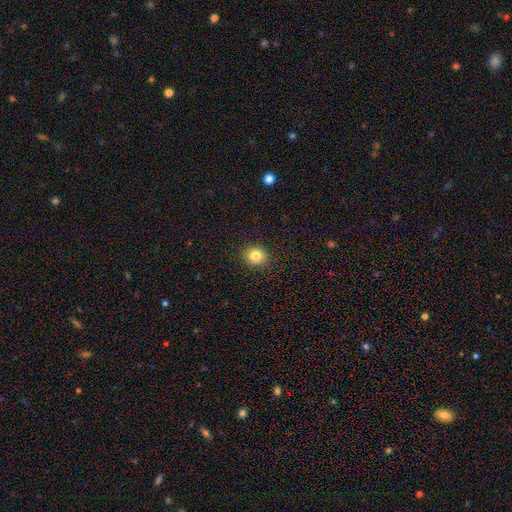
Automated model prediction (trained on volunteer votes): smooth_or_featured: smooth (p=0.83) [alt: star or artifact p=0.11]
how_rounded: round (p=0.85) [alt: in between p=0.14]
merging: none (p=0.91) [alt: minor disturbance p=0.06]